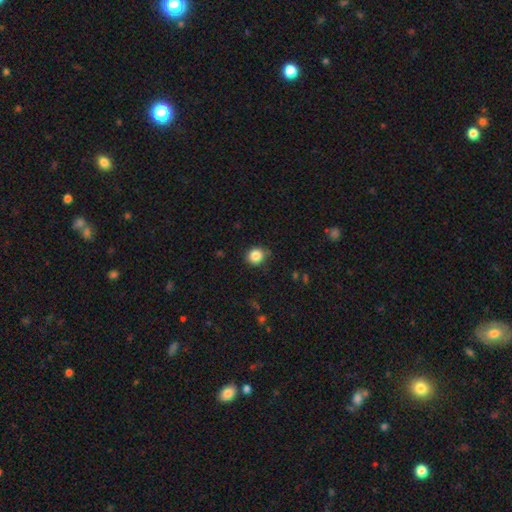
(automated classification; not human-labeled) The model was most divided on "merging": none: 82%, minor disturbance: 14%, major disturbance: 3%, merger: 2%. More confident: how rounded — round (89%); smooth or featured — smooth (86%).